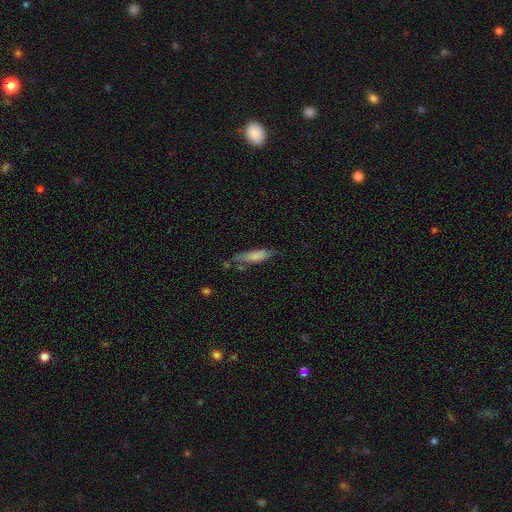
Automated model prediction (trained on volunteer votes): A smooth galaxy with no disk features (73%) that is cigar-shaped (58%). Merging: none (51%).